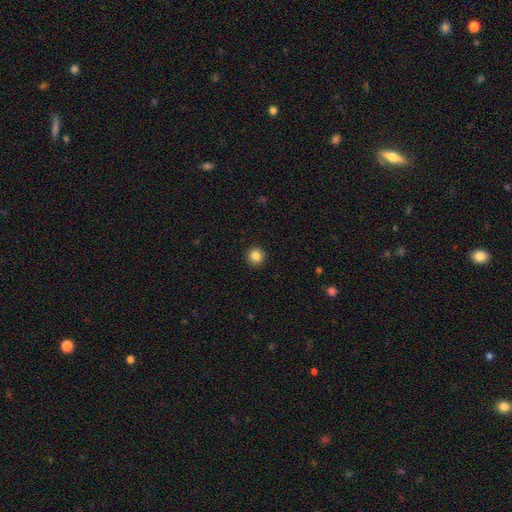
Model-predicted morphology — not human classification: This appears to be a smooth galaxy with no disk features (85%) that is round (95%). Merging: none (93%).